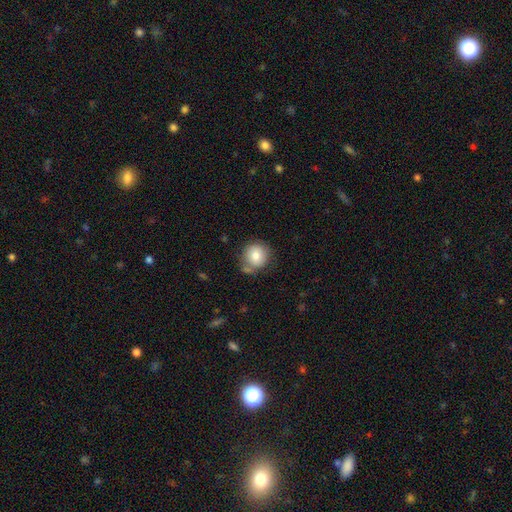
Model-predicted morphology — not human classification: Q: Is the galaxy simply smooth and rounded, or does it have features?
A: smooth — 81%.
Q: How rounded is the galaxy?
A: round — 89%.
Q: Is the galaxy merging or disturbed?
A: none — 66%.